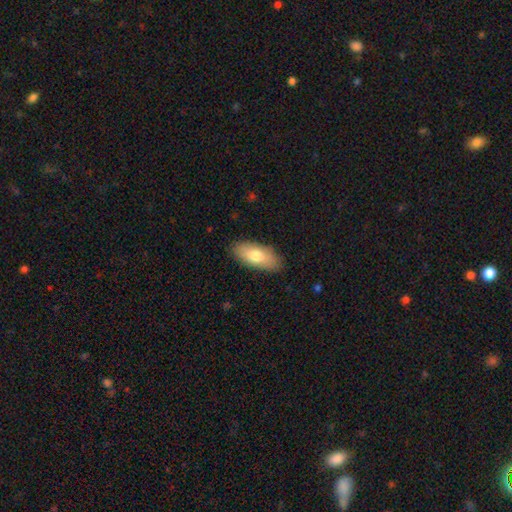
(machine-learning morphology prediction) Smooth or featured? smooth (74%)
How rounded? in between (84%)
Merging? none (86%)